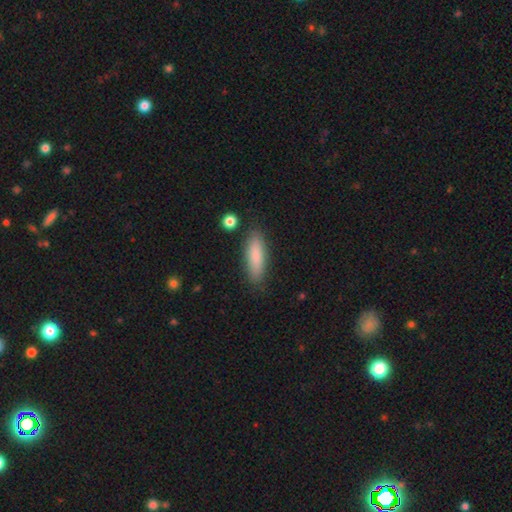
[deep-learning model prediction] This is clearly a smooth galaxy (84%). How rounded: possibly cigar-shaped (55%). Merging: clearly none (85%).